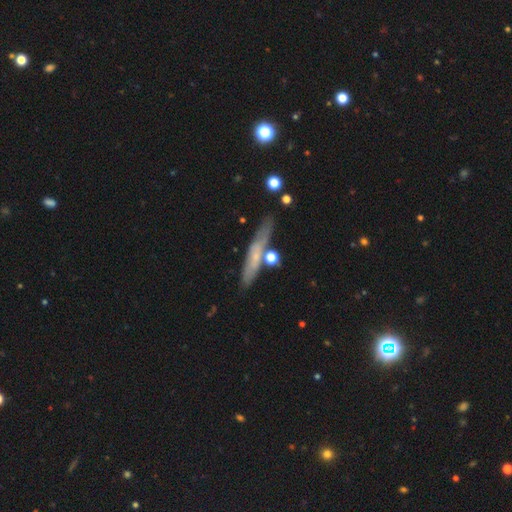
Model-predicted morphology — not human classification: type=smooth (49%); merging=none (74%).